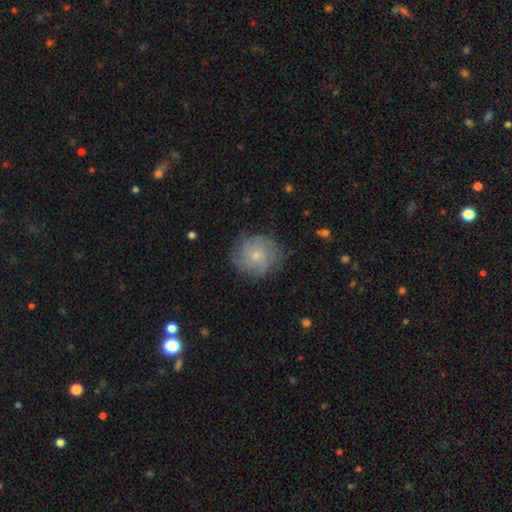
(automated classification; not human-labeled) Smooth or featured?
  - featured or disk: 57% *
  - smooth: 34%
  - star or artifact: 9%
Edge-on disk?
  - no: 97% *
  - yes: 3%
Bar?
  - no: 81% *
  - weak: 16%
  - strong: 2%
Spiral arms?
  - yes: 87% *
  - no: 13%
Bulge size?
  - small: 72% *
  - moderate: 22%
  - none: 3%
  - large: 1%
  - dominant: 1%
Merging?
  - none: 80% *
  - minor disturbance: 15%
  - major disturbance: 5%
  - merger: 1%